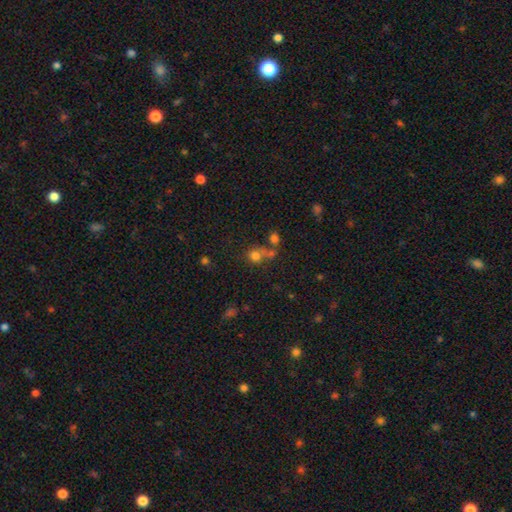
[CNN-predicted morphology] smooth 73%, star or artifact 17%, featured or disk 10%. Down the decision tree: how rounded — round (75%); merging — none (46%).